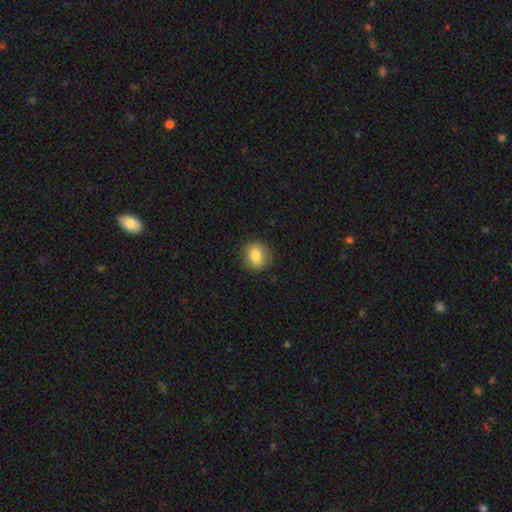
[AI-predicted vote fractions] smooth 81%, featured or disk 10%, star or artifact 9%. Down the decision tree: how rounded — round (77%); merging — none (87%).